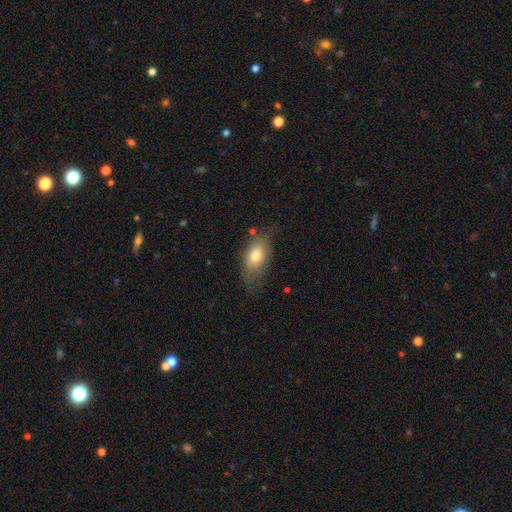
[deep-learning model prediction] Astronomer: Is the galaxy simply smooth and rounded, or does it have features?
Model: smooth — 76%.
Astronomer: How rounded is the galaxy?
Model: in between — 87%.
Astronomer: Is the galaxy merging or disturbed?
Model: none — 63%.